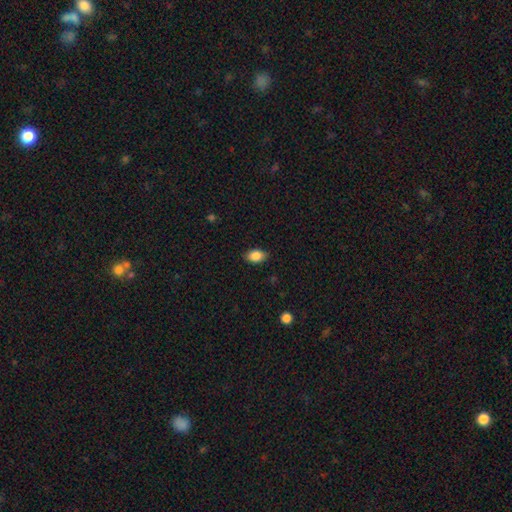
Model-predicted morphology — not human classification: A smooth galaxy with no disk features (87%) that is in between round and cigar-shaped (86%). Merging: none (84%).